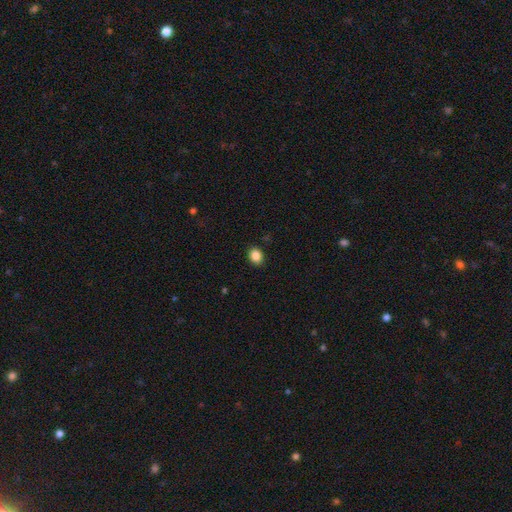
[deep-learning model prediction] This is clearly a smooth galaxy (87%). How rounded: possibly in between (54%). Merging: clearly none (90%).